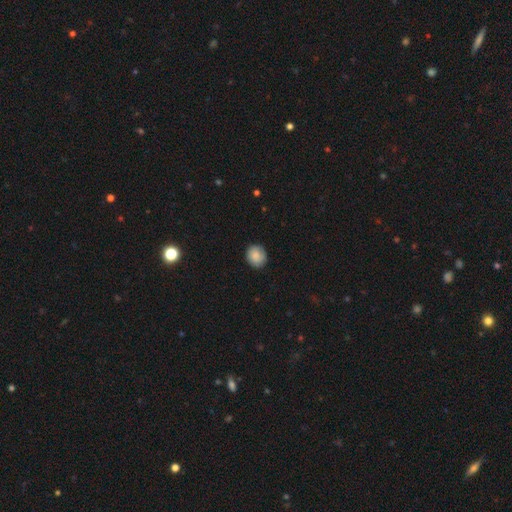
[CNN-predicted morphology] This is clearly a smooth galaxy (86%). How rounded: likely round (79%). Merging: clearly none (85%).